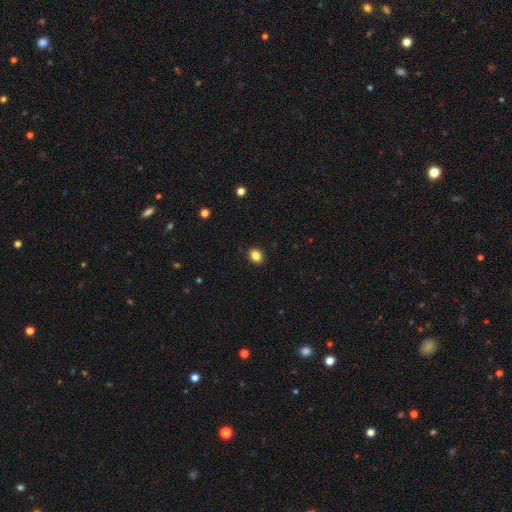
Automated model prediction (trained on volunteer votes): smooth_or_featured: smooth (p=0.85) [alt: star or artifact p=0.10]
how_rounded: round (p=0.56) [alt: in between p=0.43]
merging: none (p=0.91) [alt: minor disturbance p=0.06]